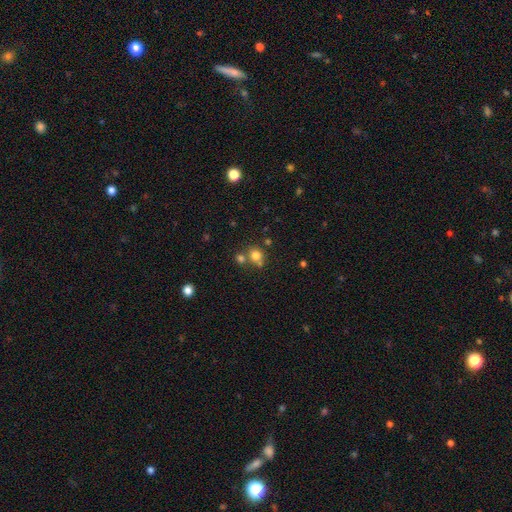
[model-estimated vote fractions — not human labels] Morphology: type=smooth (77%); roundness=round (77%); merging=none (54%).